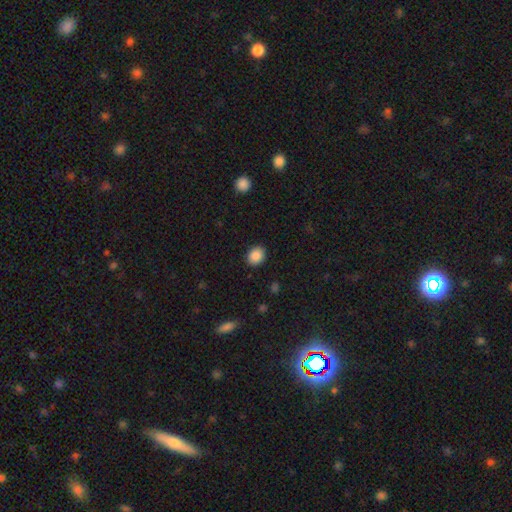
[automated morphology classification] Overall: smooth (88%). How rounded: round (62%; in between 37%). Merging: none (89%).